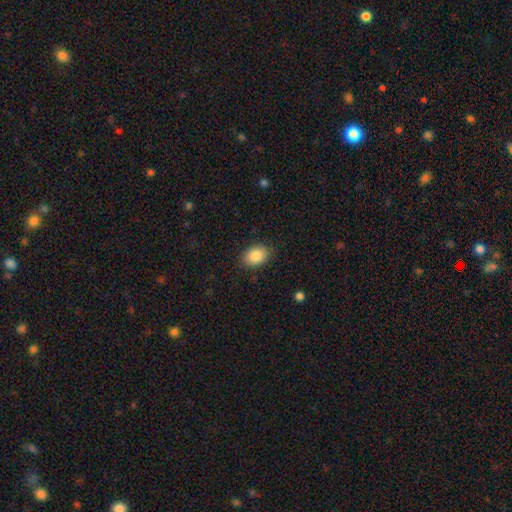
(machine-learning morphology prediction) Smooth or featured: smooth — 88% (star or artifact — 7%)
How rounded: in between — 81% (round — 18%)
Merging: none — 86% (minor disturbance — 10%)